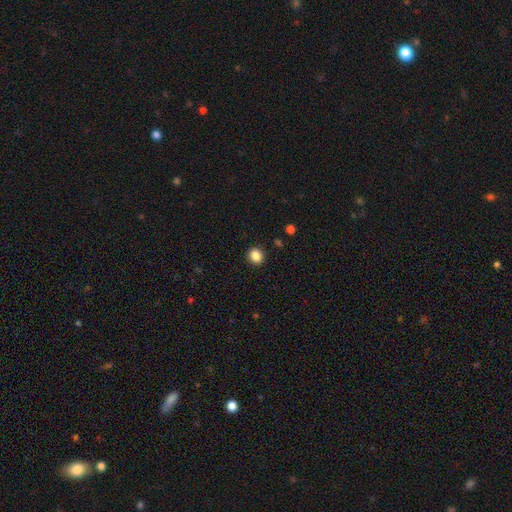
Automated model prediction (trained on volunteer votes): smooth_or_featured: smooth (p=0.86) [alt: star or artifact p=0.10]
how_rounded: round (p=0.71) [alt: in between p=0.28]
merging: none (p=0.91) [alt: minor disturbance p=0.06]